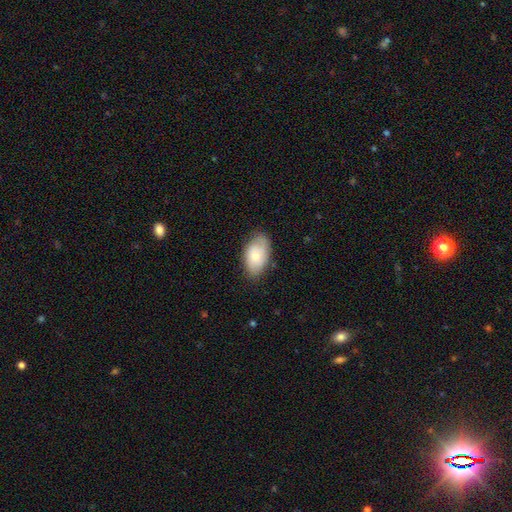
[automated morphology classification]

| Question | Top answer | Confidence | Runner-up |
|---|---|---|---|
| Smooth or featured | smooth | 62% | featured or disk (31%) |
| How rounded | in between | 92% | round (6%) |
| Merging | none | 74% | minor disturbance (20%) |